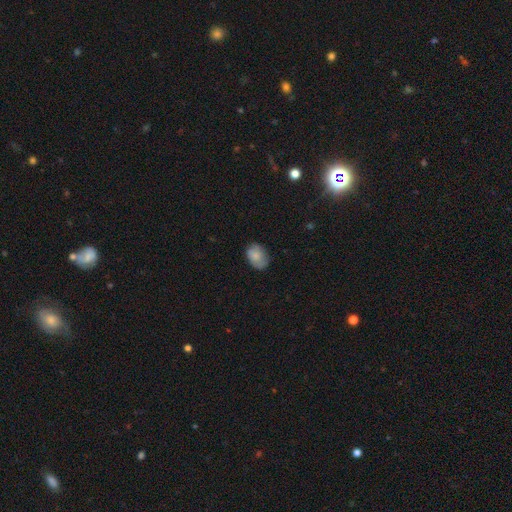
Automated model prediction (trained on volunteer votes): A smooth galaxy with no disk features (77%) that is in between round and cigar-shaped (80%). Merging: none (70%).